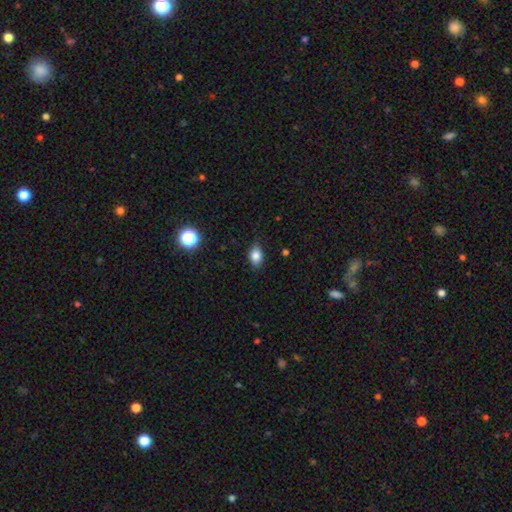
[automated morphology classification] type=smooth (82%); roundness=in between (81%); merging=none (81%).